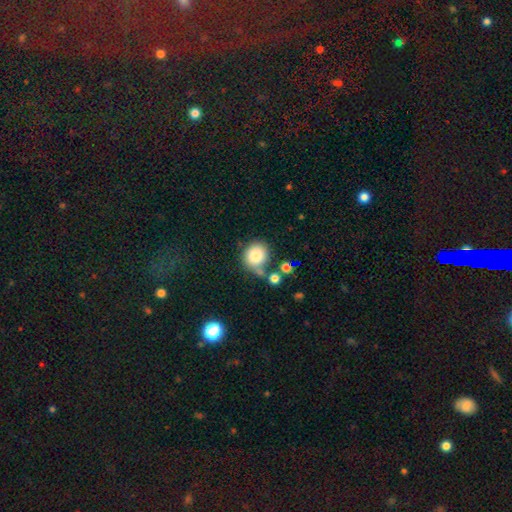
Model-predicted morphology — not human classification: smooth 82%, star or artifact 10%, featured or disk 8%. Down the decision tree: how rounded — round (81%); merging — none (61%).